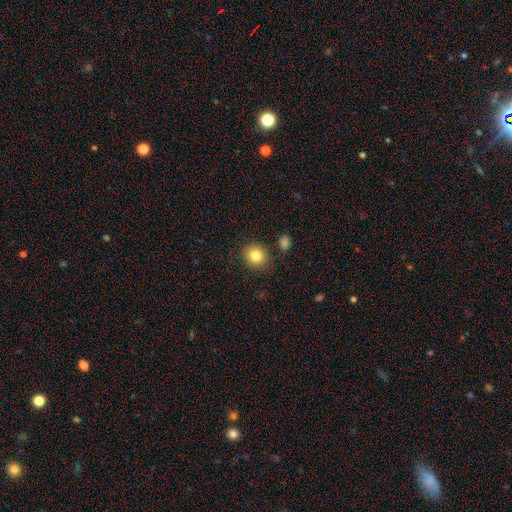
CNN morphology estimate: Smooth or featured?
  - smooth: 83% *
  - star or artifact: 10%
  - featured or disk: 7%
How rounded?
  - round: 82% *
  - in between: 17%
  - cigar-shaped: 1%
Merging?
  - none: 85% *
  - minor disturbance: 9%
  - merger: 4%
  - major disturbance: 3%